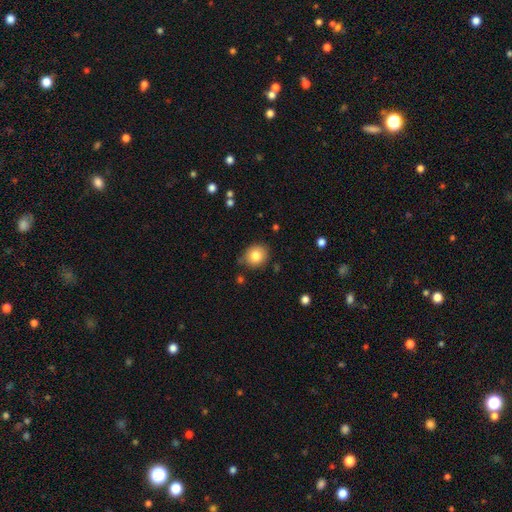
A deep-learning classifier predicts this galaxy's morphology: Smooth or featured: smooth — 82% (star or artifact — 10%)
How rounded: round — 70% (in between — 29%)
Merging: none — 81% (minor disturbance — 14%)